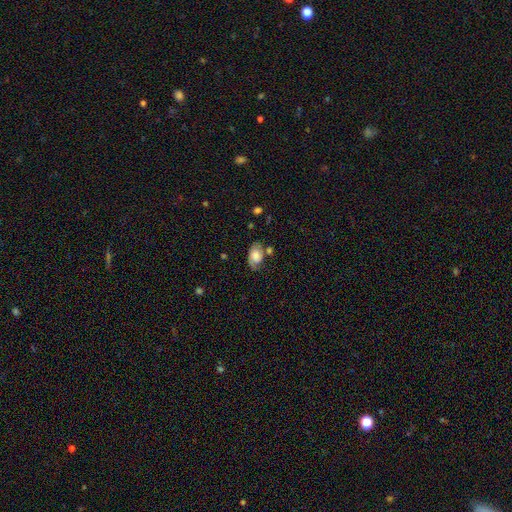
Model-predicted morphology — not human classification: A smooth galaxy with no disk features (60%) that is in between round and cigar-shaped (89%).

Vote fractions:
- Smooth or featured? smooth: 60% / featured or disk: 32% / star or artifact: 8%
- How rounded? in between: 89% / round: 9% / cigar-shaped: 2%
- Merging? none: 60% / minor disturbance: 24% / major disturbance: 8% / merger: 7%